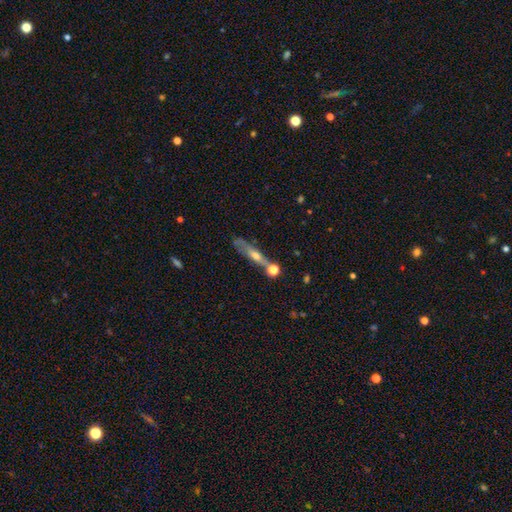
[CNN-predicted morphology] A featured or disk galaxy (52%) viewed edge-on (76%). Merging: none (55%).